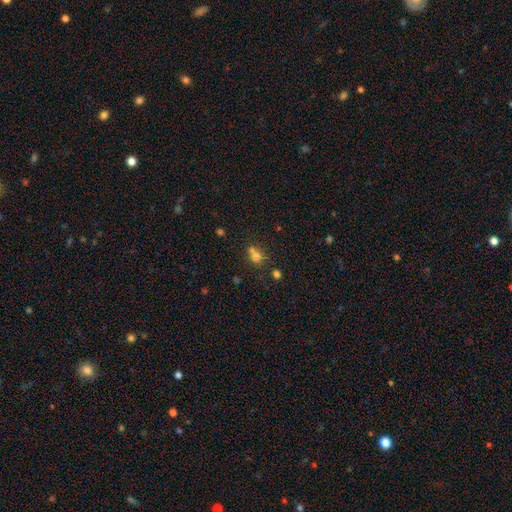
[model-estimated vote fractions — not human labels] Smooth or featured: smooth — 70% (star or artifact — 18%)
How rounded: round — 76% (in between — 23%)
Merging: merger — 45% (none — 43%)